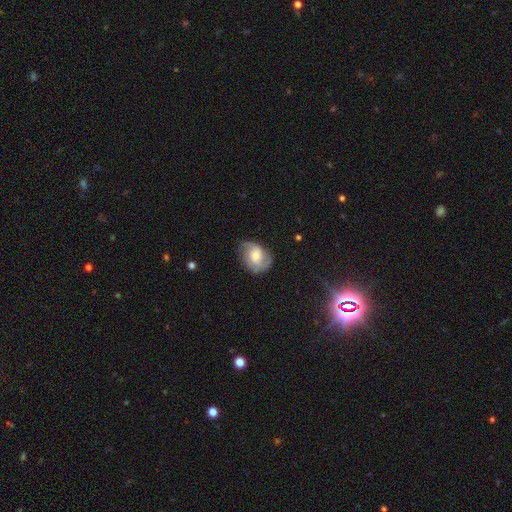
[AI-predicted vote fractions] smooth-or-featured: featured or disk: 67% | smooth: 26% | star or artifact: 7%
  disk-edge-on: no: 97% | yes: 3%
    bar: no: 62% | weak: 31% | strong: 6%
    has-spiral-arms: yes: 92% | no: 8%
      spiral-winding: medium: 45% | tight: 34% | loose: 21%
      spiral-arm-count: 2: 77% | can't tell: 11% | 1: 5% | 3: 5% | 4: 1% | more than 4: 1%
    bulge-size: moderate: 46% | small: 38% | large: 9% | none: 4% | dominant: 2%
  merging: none: 68% | minor disturbance: 22% | major disturbance: 9% | merger: 1%